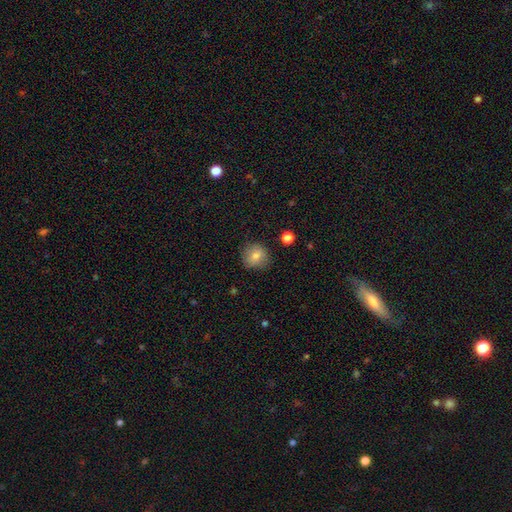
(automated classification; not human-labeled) smooth 78%, featured or disk 12%, star or artifact 10%. Down the decision tree: how rounded — round (87%); merging — none (83%).